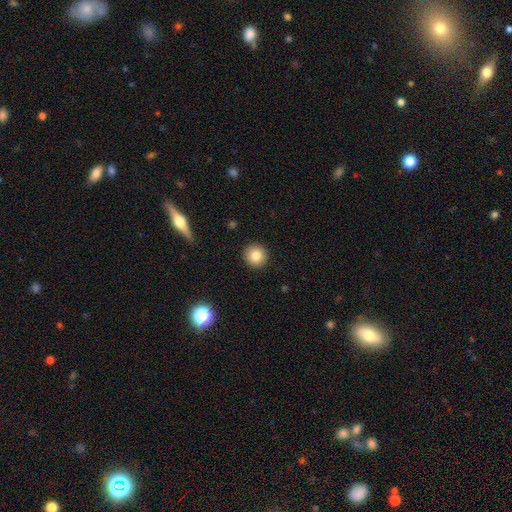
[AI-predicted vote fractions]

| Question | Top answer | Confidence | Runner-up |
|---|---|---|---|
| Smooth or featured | smooth | 82% | star or artifact (10%) |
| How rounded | round | 95% | in between (4%) |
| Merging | none | 92% | minor disturbance (5%) |